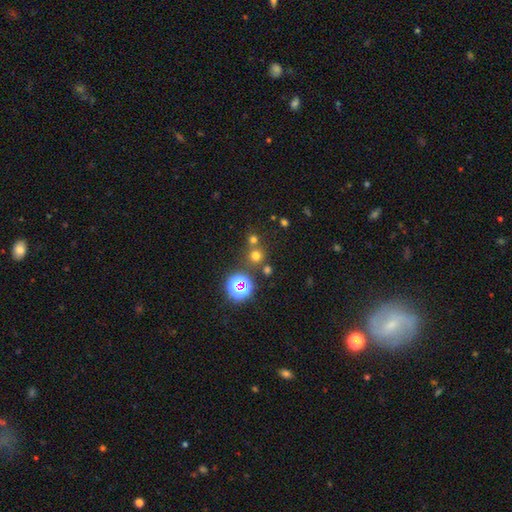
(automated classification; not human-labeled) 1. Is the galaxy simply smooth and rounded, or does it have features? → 62% smooth, 31% star or artifact, 8% featured or disk.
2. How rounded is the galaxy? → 93% round, 6% in between, 1% cigar-shaped.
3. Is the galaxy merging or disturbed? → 72% none, 18% merger, 7% minor disturbance, 3% major disturbance.